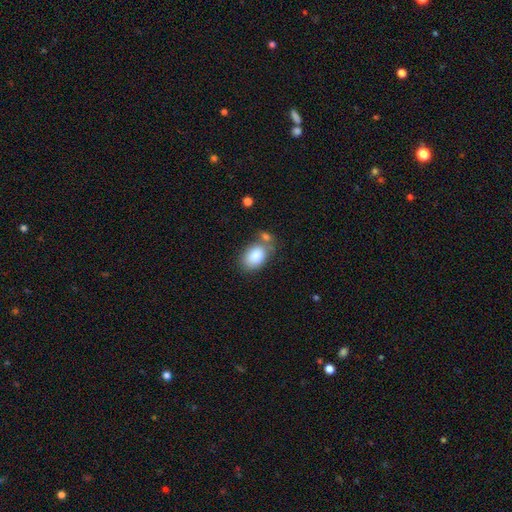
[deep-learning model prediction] smooth_or_featured: smooth (p=0.83) [alt: featured or disk p=0.10]
how_rounded: in between (p=0.85) [alt: round p=0.14]
merging: none (p=0.54) [alt: merger p=0.23]